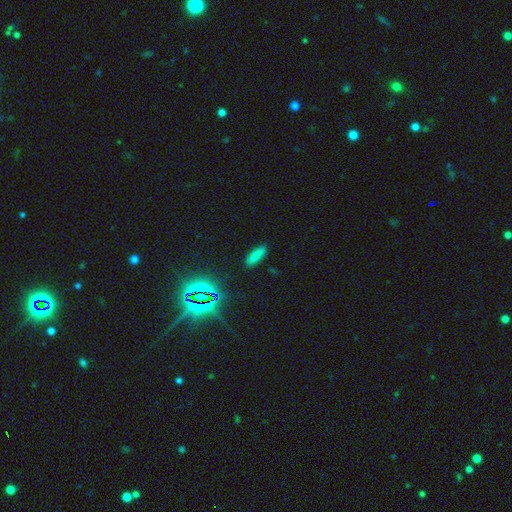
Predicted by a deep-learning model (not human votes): smooth 74%, star or artifact 17%, featured or disk 9%. Down the decision tree: how rounded — in between (55%); merging — none (85%).